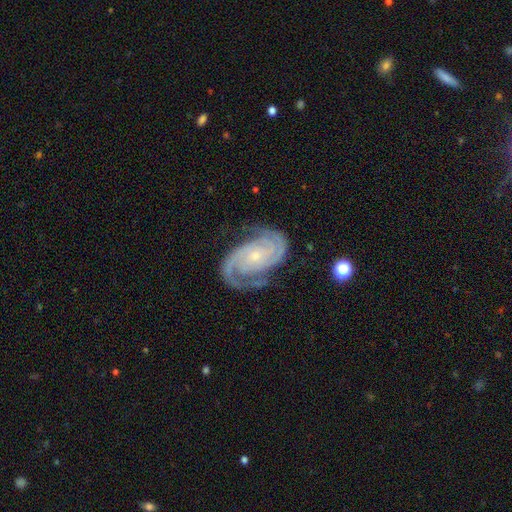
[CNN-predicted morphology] This appears to be a featured or disk galaxy (92%) with no bar (64%), 2 (76%) tight (61%) spiral arms (98%) and a small central bulge (73%). Merging: none (75%).